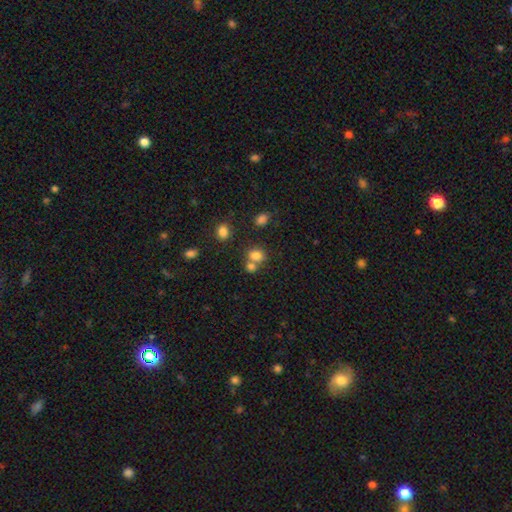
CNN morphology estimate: smooth 78%, star or artifact 14%, featured or disk 9%. Down the decision tree: how rounded — round (55%); merging — none (44%).